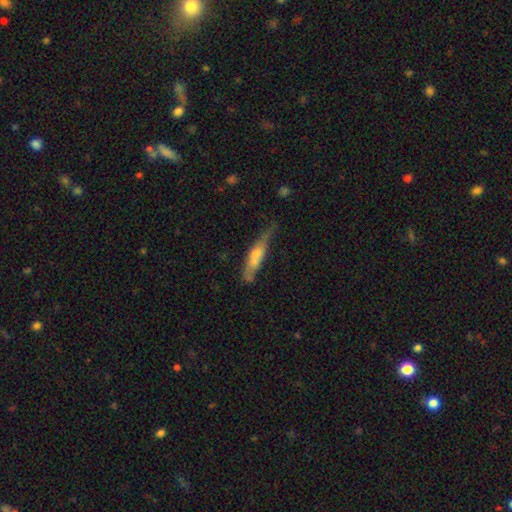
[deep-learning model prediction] Smooth or featured?
  - smooth: 52% *
  - featured or disk: 41%
  - star or artifact: 7%
How rounded?
  - cigar-shaped: 71% *
  - in between: 26%
  - round: 3%
Merging?
  - none: 39% *
  - minor disturbance: 29%
  - merger: 18%
  - major disturbance: 14%